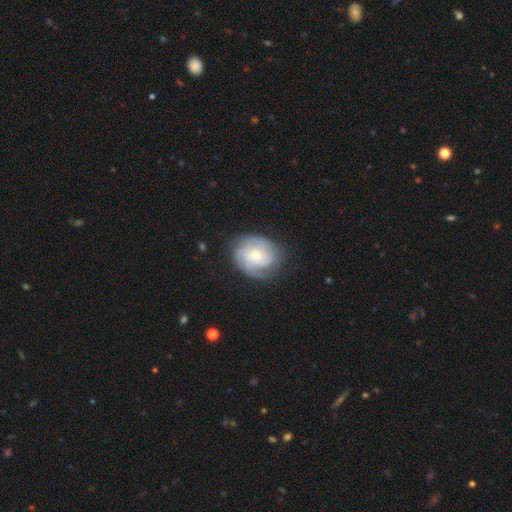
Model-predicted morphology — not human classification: smooth_or_featured: featured or disk (p=0.68) [alt: smooth p=0.26]
disk_edge_on: no (p=0.97) [alt: yes p=0.03]
bar: no (p=0.74) [alt: weak p=0.22]
has_spiral_arms: yes (p=0.90) [alt: no p=0.10]
spiral_winding: tight (p=0.52) [alt: medium p=0.34]
spiral_arm_count: 2 (p=0.33) [alt: can't tell p=0.30]
bulge_size: small (p=0.49) [alt: moderate p=0.43]
merging: none (p=0.67) [alt: minor disturbance p=0.22]